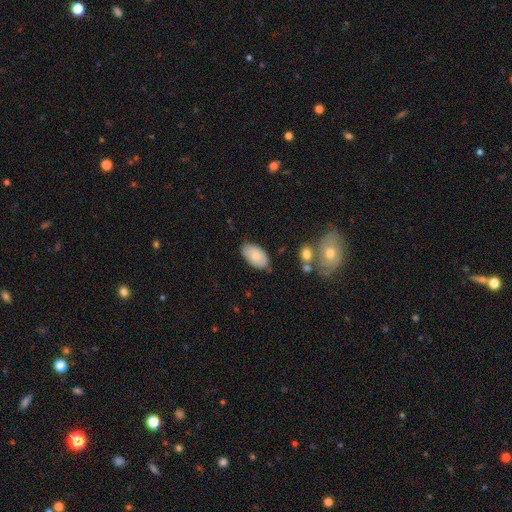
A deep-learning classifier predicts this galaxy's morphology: type=smooth (80%); roundness=in between (95%); merging=none (80%).